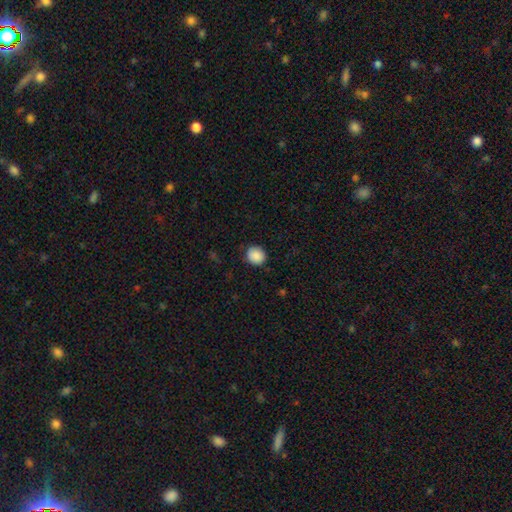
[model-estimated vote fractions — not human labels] This appears to be a smooth galaxy with no disk features (89%) that is round (85%). Merging: none (88%).